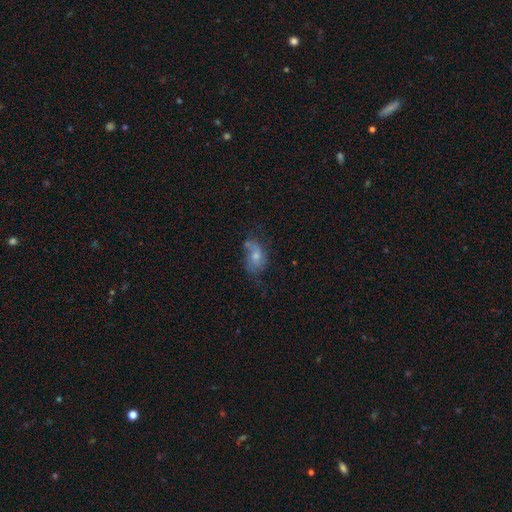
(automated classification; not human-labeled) Smooth or featured?
  - smooth: 50% *
  - featured or disk: 39%
  - star or artifact: 11%
How rounded?
  - in between: 83% *
  - round: 14%
  - cigar-shaped: 2%
Merging?
  - none: 43% *
  - minor disturbance: 30%
  - major disturbance: 19%
  - merger: 8%